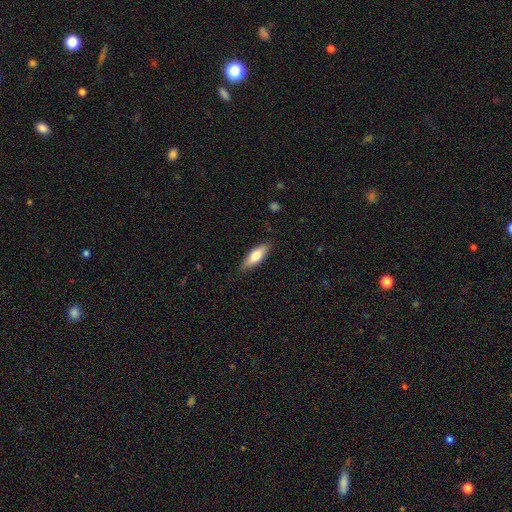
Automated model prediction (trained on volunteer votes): Smooth or featured? smooth (72%)
How rounded? in between (56%)
Merging? none (84%)